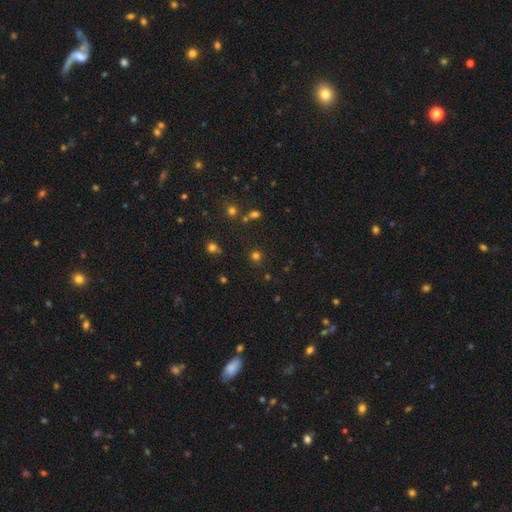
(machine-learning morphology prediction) Smooth or featured?
  - smooth: 69% *
  - star or artifact: 25%
  - featured or disk: 5%
How rounded?
  - round: 91% *
  - in between: 8%
  - cigar-shaped: 1%
Merging?
  - none: 83% *
  - minor disturbance: 8%
  - merger: 5%
  - major disturbance: 3%